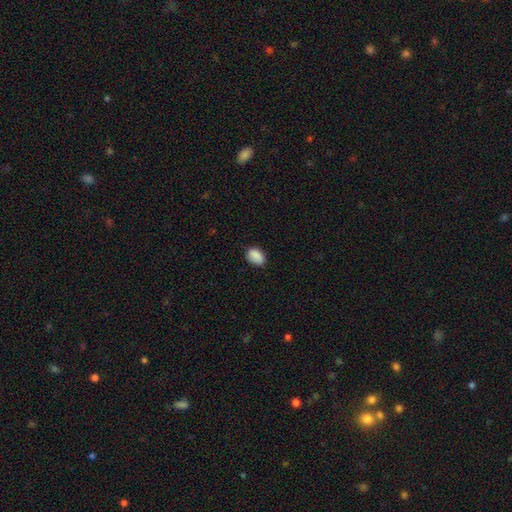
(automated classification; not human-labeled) Smooth or featured? smooth (89%)
How rounded? in between (85%)
Merging? none (79%)